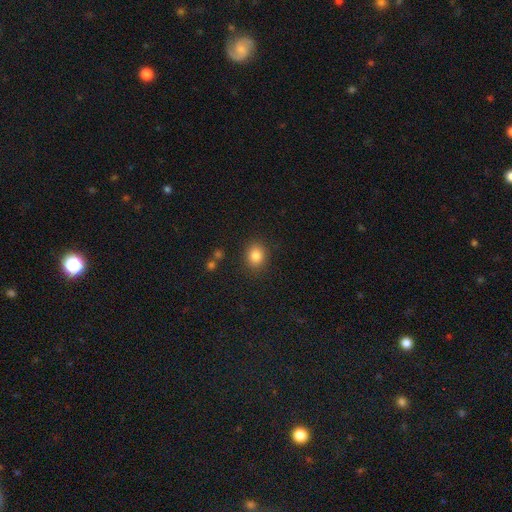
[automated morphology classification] Smooth or featured? smooth (84%)
How rounded? round (62%)
Merging? none (87%)